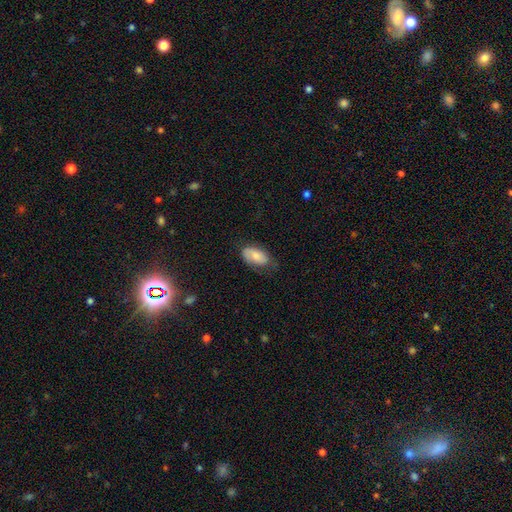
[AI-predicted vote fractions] Smooth or featured?
  - smooth: 73% *
  - featured or disk: 21%
  - star or artifact: 7%
How rounded?
  - in between: 93% *
  - round: 4%
  - cigar-shaped: 3%
Merging?
  - none: 60% *
  - minor disturbance: 29%
  - major disturbance: 10%
  - merger: 1%